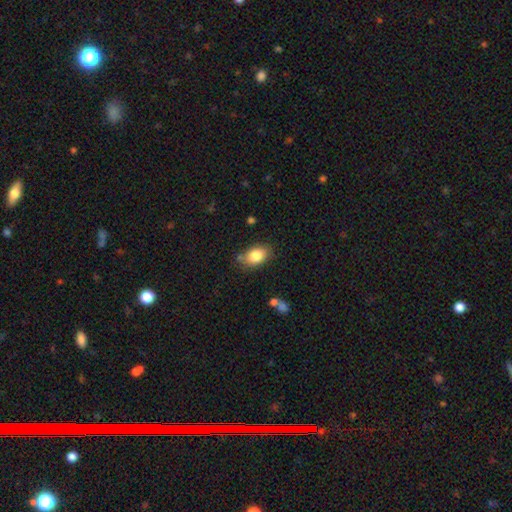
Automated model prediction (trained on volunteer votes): This appears to be a smooth galaxy with no disk features (83%) that is in between round and cigar-shaped (85%). Merging: none (75%).